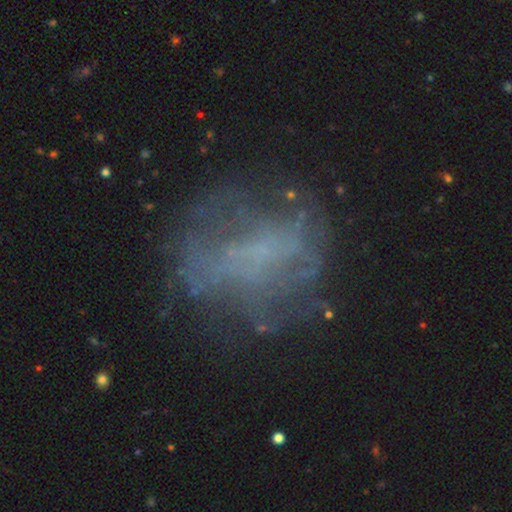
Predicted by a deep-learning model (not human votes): Smooth or featured? Predicted: featured or disk (p=0.54). Edge-on disk? Predicted: no (p=0.96). Bar? Predicted: no (p=0.72). Spiral arms? Predicted: no (p=0.70). Bulge size? Predicted: none (p=0.64). Merging? Predicted: none (p=0.62).